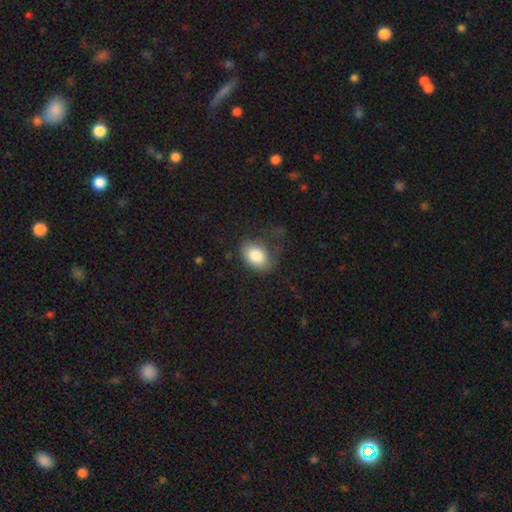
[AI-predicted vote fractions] This appears to be a smooth galaxy with no disk features (82%) that is in between round and cigar-shaped (82%). Merging: none (56%).